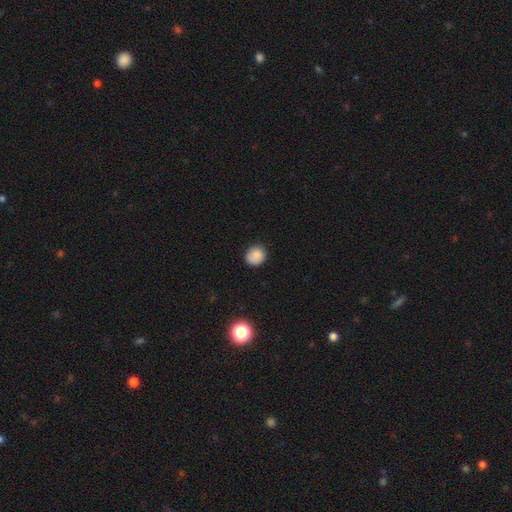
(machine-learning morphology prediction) smooth 86%, star or artifact 10%, featured or disk 4%. Down the decision tree: how rounded — round (81%); merging — none (82%).